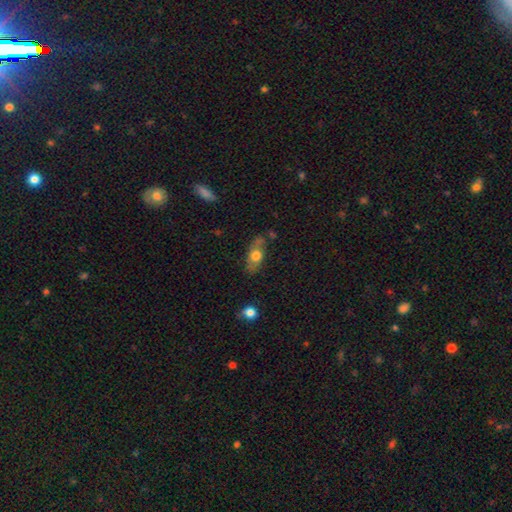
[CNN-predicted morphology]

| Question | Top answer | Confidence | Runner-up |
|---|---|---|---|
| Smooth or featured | smooth | 62% | featured or disk (30%) |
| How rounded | in between | 74% | cigar-shaped (17%) |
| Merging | none | 66% | minor disturbance (22%) |